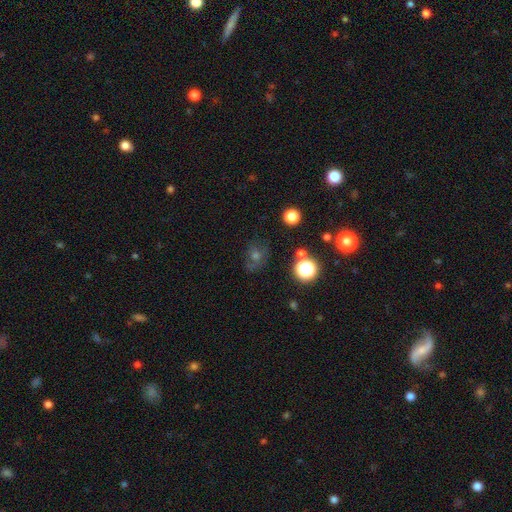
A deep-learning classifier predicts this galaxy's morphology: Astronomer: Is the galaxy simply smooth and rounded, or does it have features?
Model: smooth — 45% (runner-up: star or artifact, 36%).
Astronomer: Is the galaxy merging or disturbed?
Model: none — 70%.